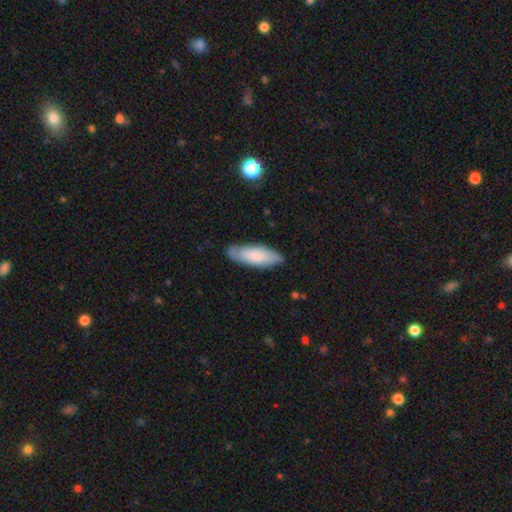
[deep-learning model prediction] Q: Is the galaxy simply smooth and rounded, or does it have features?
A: smooth — 74%.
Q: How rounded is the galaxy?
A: in between — 63%.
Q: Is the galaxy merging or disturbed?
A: none — 80%.